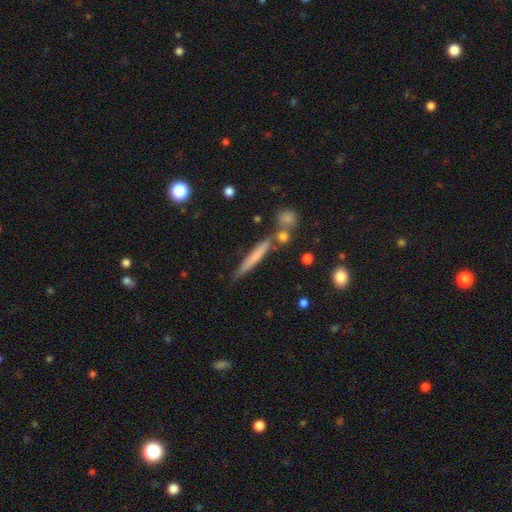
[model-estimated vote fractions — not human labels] Smooth or featured? Predicted: smooth (p=0.62). How rounded? Predicted: cigar-shaped (p=0.95). Merging? Predicted: none (p=0.75).